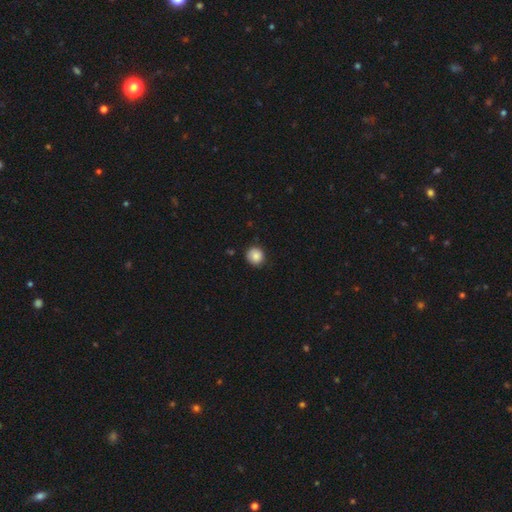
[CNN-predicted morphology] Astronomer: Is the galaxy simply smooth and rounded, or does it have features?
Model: smooth — 86%.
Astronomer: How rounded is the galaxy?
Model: round — 91%.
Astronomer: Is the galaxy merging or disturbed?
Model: none — 84%.